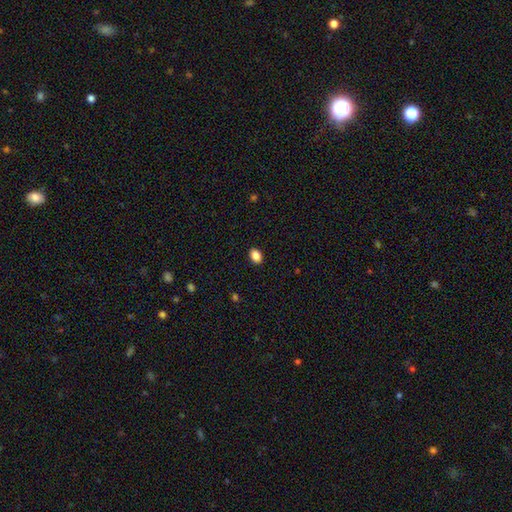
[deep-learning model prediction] smooth_or_featured: smooth (p=0.87) [alt: star or artifact p=0.09]
how_rounded: in between (p=0.76) [alt: round p=0.23]
merging: none (p=0.90) [alt: minor disturbance p=0.07]